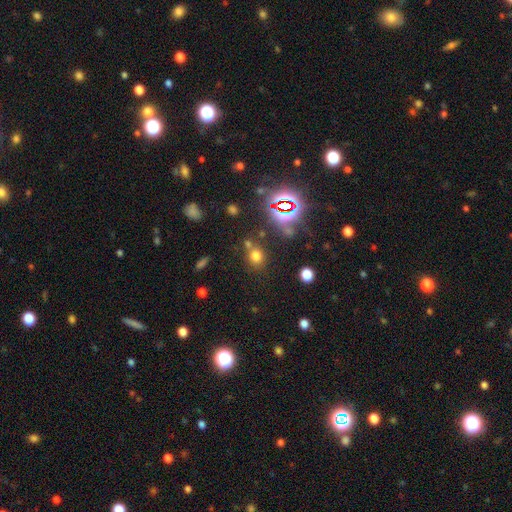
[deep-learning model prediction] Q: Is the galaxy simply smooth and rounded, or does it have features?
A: smooth — 66%.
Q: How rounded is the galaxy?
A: round — 77%.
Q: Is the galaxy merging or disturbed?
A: none — 66%.